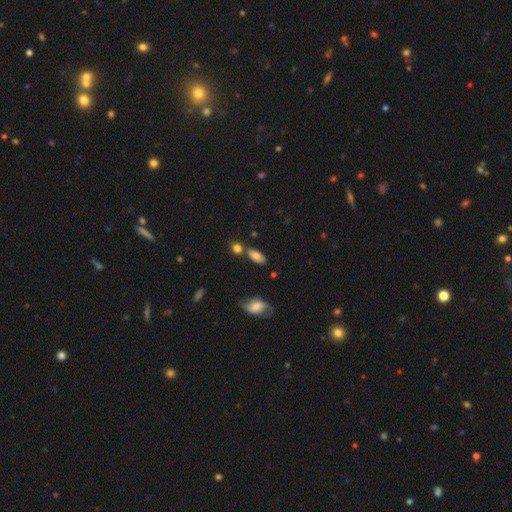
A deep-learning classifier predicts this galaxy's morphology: Smooth or featured? smooth (78%)
How rounded? in between (82%)
Merging? none (65%)